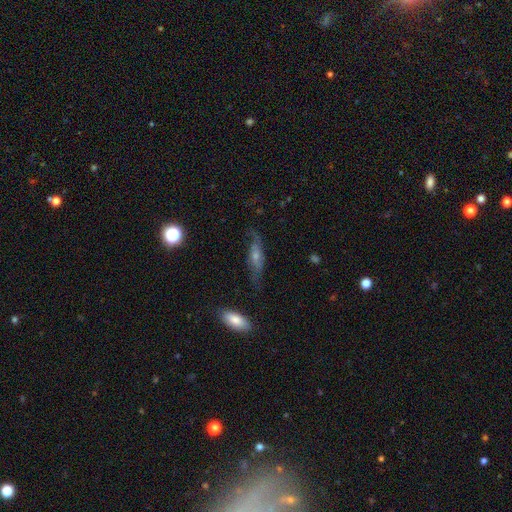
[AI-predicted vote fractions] Q: Smooth or featured?
A: featured or disk (58%); runner-up: smooth (30%)
Q: Edge-on disk?
A: no (59%); runner-up: yes (41%)
Q: Merging?
A: none (65%); runner-up: minor disturbance (22%)